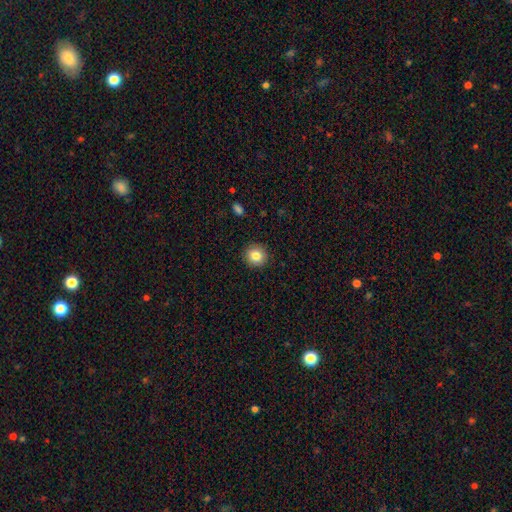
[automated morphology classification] smooth-or-featured: smooth: 83% | star or artifact: 10% | featured or disk: 7%
  how-rounded: round: 91% | in between: 8% | cigar-shaped: 1%
  merging: none: 91% | minor disturbance: 6% | major disturbance: 2% | merger: 1%